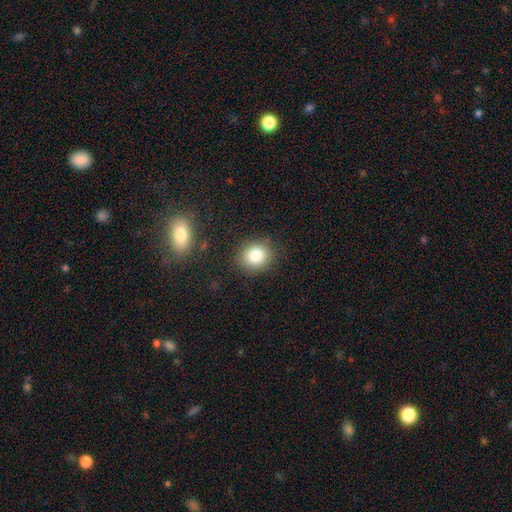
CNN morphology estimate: This is clearly a smooth galaxy (82%). How rounded: likely round (74%). Merging: clearly none (86%).